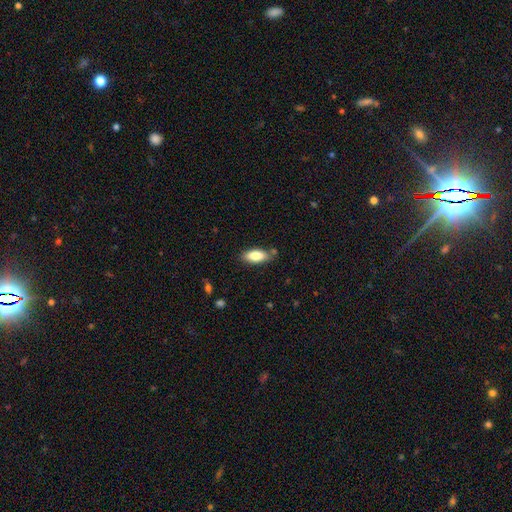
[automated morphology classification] smooth-or-featured: smooth: 83% | featured or disk: 10% | star or artifact: 7%
  how-rounded: in between: 80% | cigar-shaped: 18% | round: 2%
  merging: none: 80% | minor disturbance: 14% | merger: 3% | major disturbance: 3%